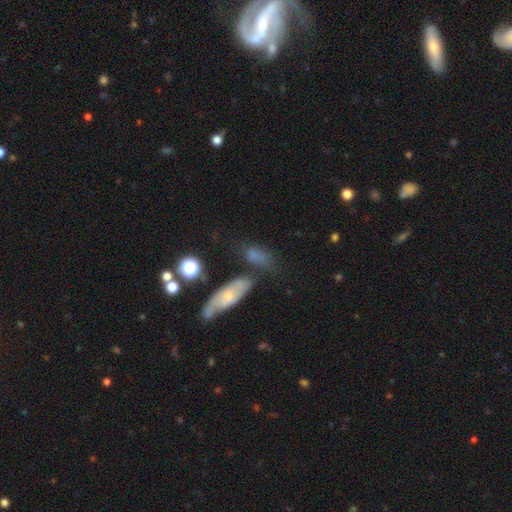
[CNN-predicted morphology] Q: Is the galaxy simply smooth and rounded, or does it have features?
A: smooth — 64%.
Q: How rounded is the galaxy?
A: in between — 63%.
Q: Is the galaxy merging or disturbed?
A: none — 52%.